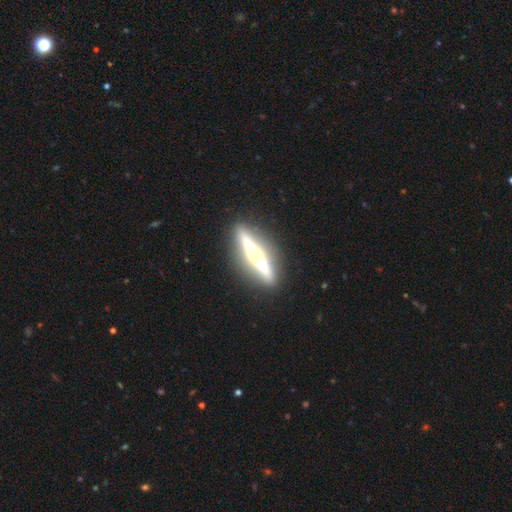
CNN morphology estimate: smooth_or_featured: featured or disk (p=0.75) [alt: smooth p=0.19]
disk_edge_on: yes (p=0.95) [alt: no p=0.05]
edge_on_bulge: rounded (p=0.70) [alt: none p=0.18]
merging: none (p=0.90) [alt: minor disturbance p=0.07]